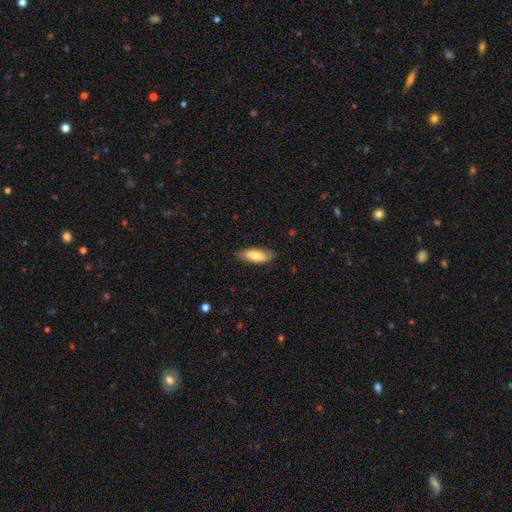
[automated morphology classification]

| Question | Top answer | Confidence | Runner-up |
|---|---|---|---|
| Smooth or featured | smooth | 77% | featured or disk (17%) |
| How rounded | in between | 70% | cigar-shaped (28%) |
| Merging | none | 83% | minor disturbance (14%) |